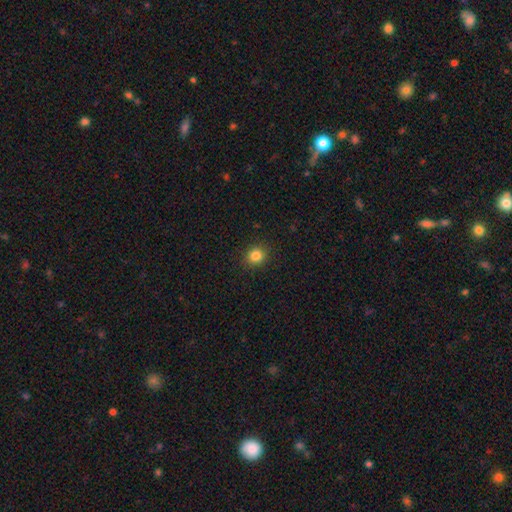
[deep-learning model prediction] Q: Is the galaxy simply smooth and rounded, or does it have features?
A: smooth — 84%.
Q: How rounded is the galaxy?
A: round — 83%.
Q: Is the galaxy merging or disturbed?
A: none — 90%.